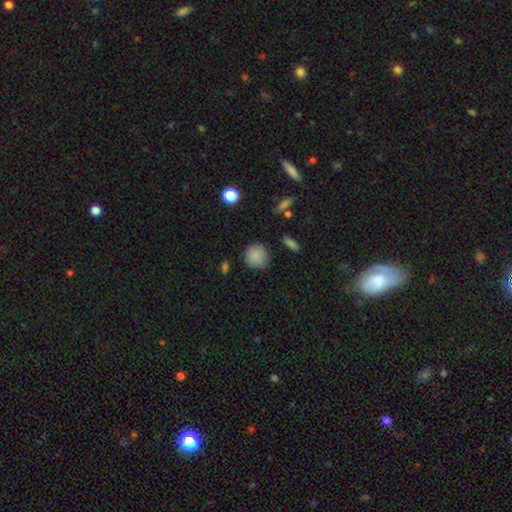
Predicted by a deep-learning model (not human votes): Q: Smooth or featured?
A: smooth (85%); runner-up: star or artifact (10%)
Q: How rounded?
A: round (91%); runner-up: in between (8%)
Q: Merging?
A: none (83%); runner-up: minor disturbance (12%)